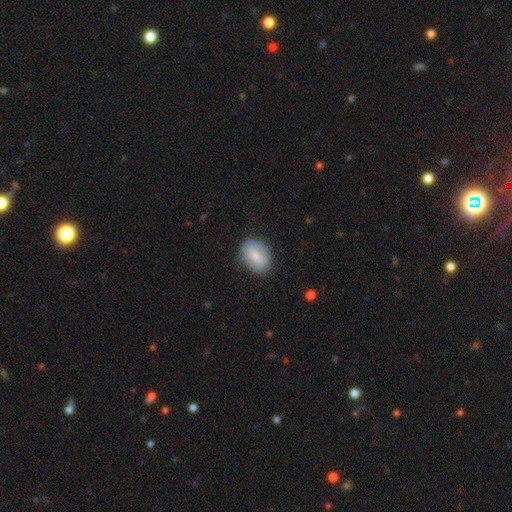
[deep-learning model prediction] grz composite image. It shows a smooth galaxy with no disk features (72%) that is in between round and cigar-shaped (74%). Merging: none (80%).